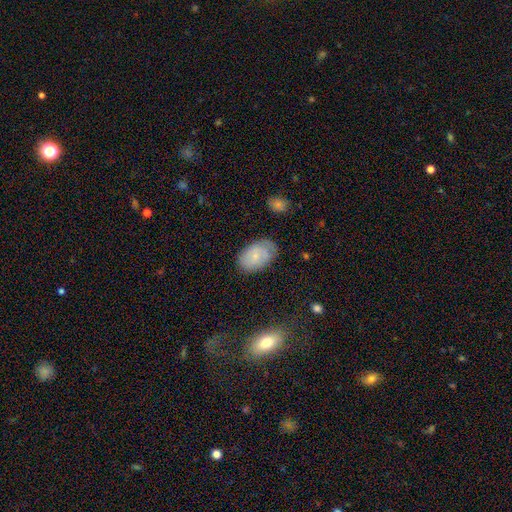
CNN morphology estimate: smooth-or-featured: smooth: 62% | featured or disk: 29% | star or artifact: 8%
  how-rounded: in between: 89% | round: 9% | cigar-shaped: 1%
  merging: none: 70% | minor disturbance: 22% | major disturbance: 6% | merger: 2%